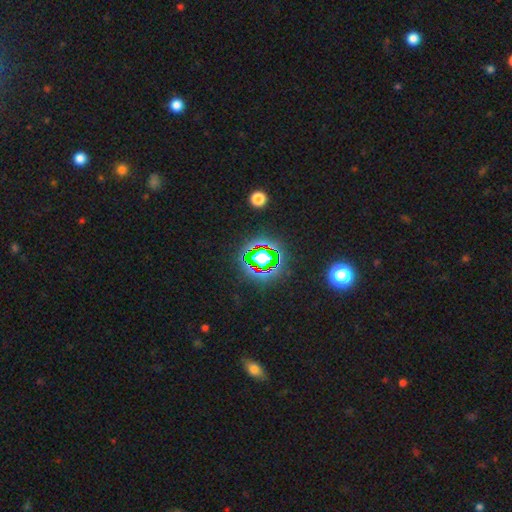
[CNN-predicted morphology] Smooth or featured?
  - star or artifact: 78% *
  - smooth: 14%
  - featured or disk: 8%